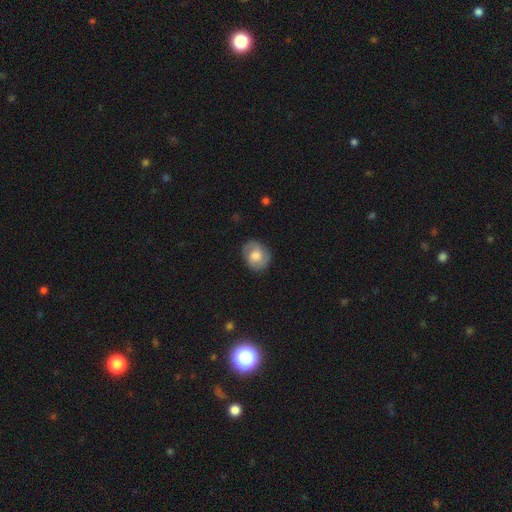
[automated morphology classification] Smooth or featured?
  - smooth: 52% *
  - featured or disk: 41%
  - star or artifact: 8%
How rounded?
  - round: 60% *
  - in between: 39%
  - cigar-shaped: 1%
Merging?
  - none: 78% *
  - minor disturbance: 16%
  - major disturbance: 5%
  - merger: 1%